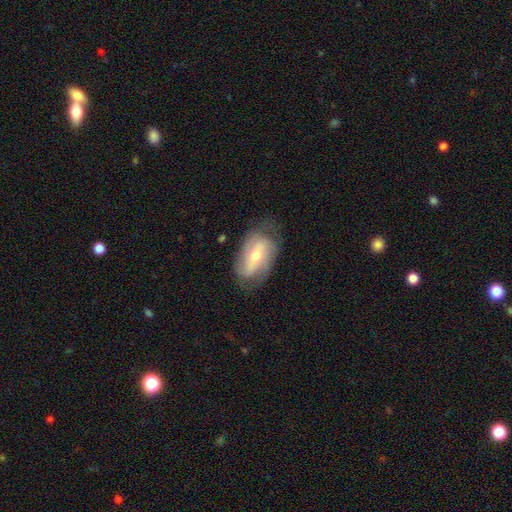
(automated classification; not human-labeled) A featured or disk galaxy (64%) with a weak bar (36%), spiral arms (77%) and a moderate central bulge (60%).

Vote fractions:
- Smooth or featured? featured or disk: 64% / smooth: 29% / star or artifact: 7%
- Edge-on disk? no: 91% / yes: 9%
- Bar? weak: 36% / no: 33% / strong: 31%
- Spiral arms? yes: 77% / no: 23%
- Bulge size? moderate: 60% / small: 35% / large: 3% / none: 1% / dominant: 1%
- Merging? none: 66% / minor disturbance: 23% / major disturbance: 10% / merger: 1%